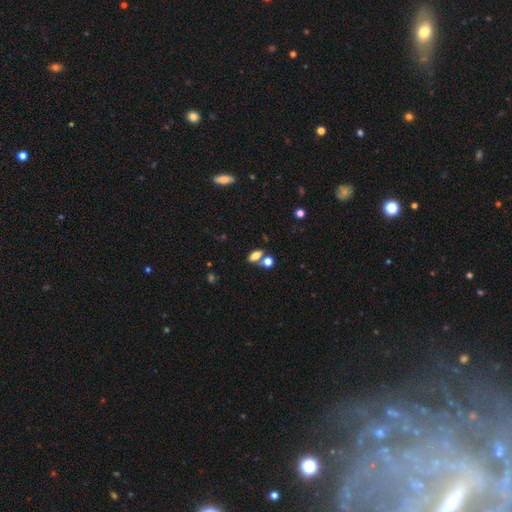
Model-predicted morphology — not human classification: smooth-or-featured: smooth: 74% | featured or disk: 15% | star or artifact: 11%
  how-rounded: in between: 80% | round: 10% | cigar-shaped: 9%
  merging: none: 60% | merger: 25% | minor disturbance: 11% | major disturbance: 4%